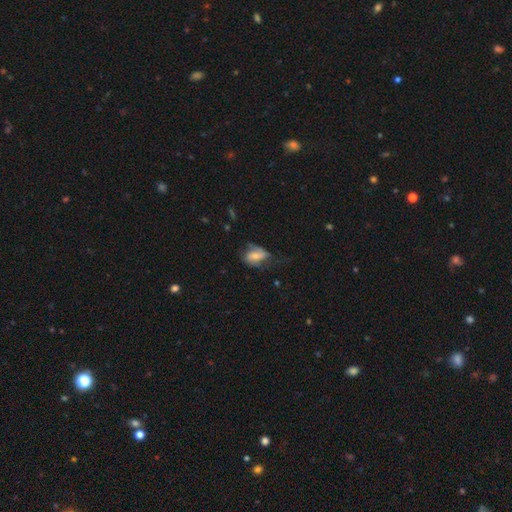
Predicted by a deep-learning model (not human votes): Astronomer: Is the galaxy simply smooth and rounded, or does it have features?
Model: smooth — 47% (runner-up: featured or disk, 44%).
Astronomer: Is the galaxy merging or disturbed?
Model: none — 38% (runner-up: minor disturbance, 31%).